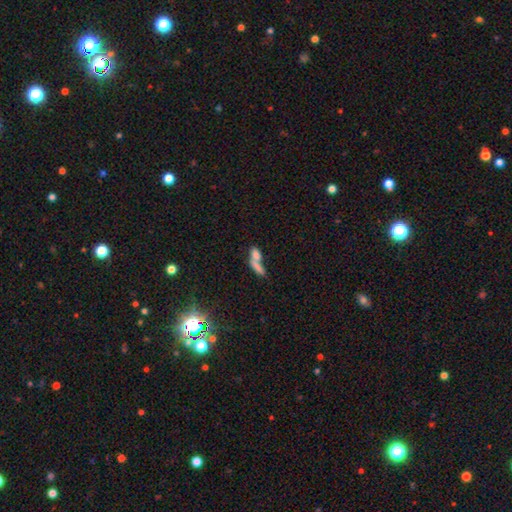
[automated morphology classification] smooth 70%, featured or disk 18%, star or artifact 12%. Down the decision tree: how rounded — in between (59%); merging — merger (64%).